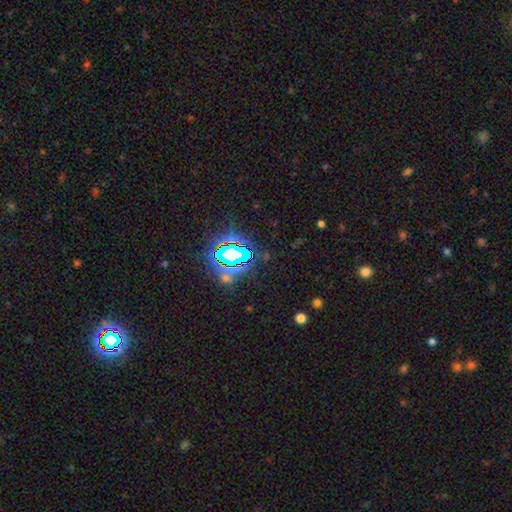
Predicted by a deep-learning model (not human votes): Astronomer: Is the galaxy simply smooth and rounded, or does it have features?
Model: star or artifact — 78%.